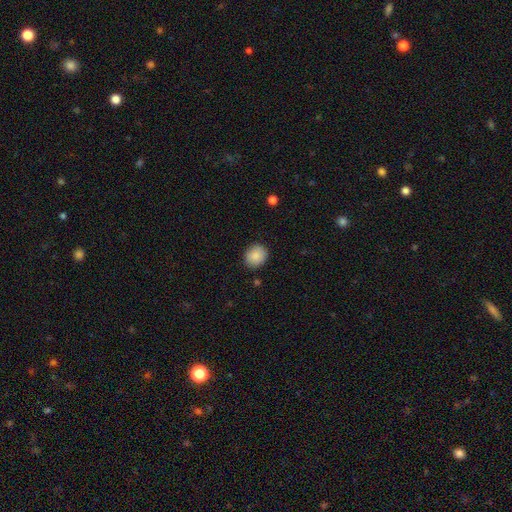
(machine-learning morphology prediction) Smooth or featured?
  - smooth: 88% *
  - star or artifact: 8%
  - featured or disk: 4%
How rounded?
  - round: 75% *
  - in between: 24%
  - cigar-shaped: 1%
Merging?
  - none: 88% *
  - minor disturbance: 9%
  - major disturbance: 2%
  - merger: 1%